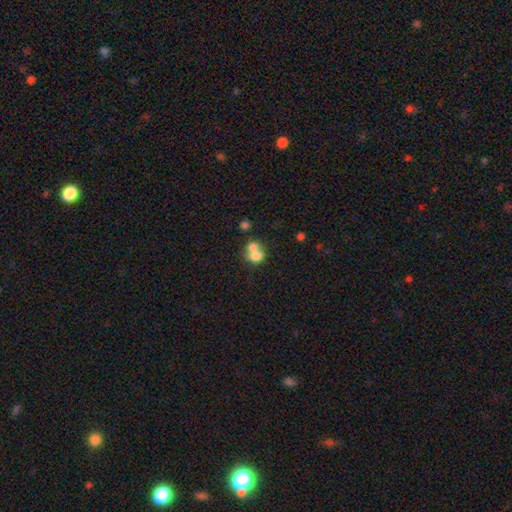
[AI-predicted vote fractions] The model was most divided on "how rounded": round: 57%, in between: 42%, cigar-shaped: 1%. More confident: smooth or featured — smooth (72%); merging — merger (62%).